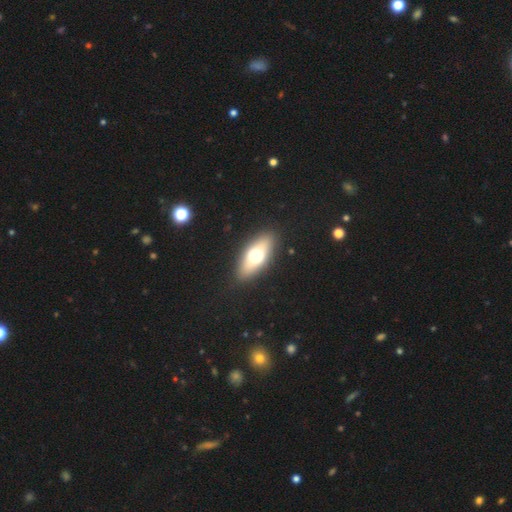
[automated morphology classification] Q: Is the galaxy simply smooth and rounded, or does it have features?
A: smooth — 61%.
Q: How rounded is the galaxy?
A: in between — 76%.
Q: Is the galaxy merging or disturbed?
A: none — 89%.